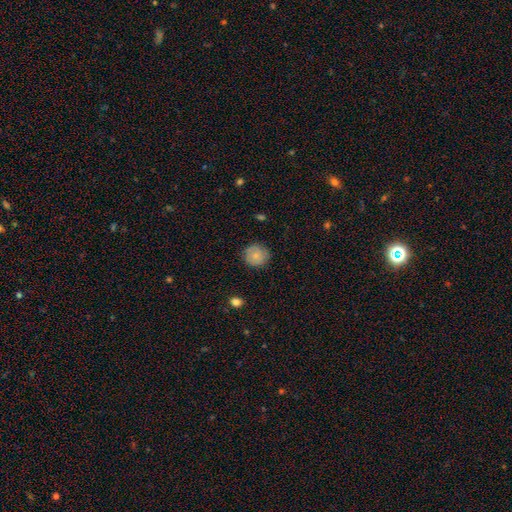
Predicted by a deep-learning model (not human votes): Smooth or featured: smooth — 76% (featured or disk — 16%)
How rounded: round — 90% (in between — 9%)
Merging: none — 82% (minor disturbance — 14%)